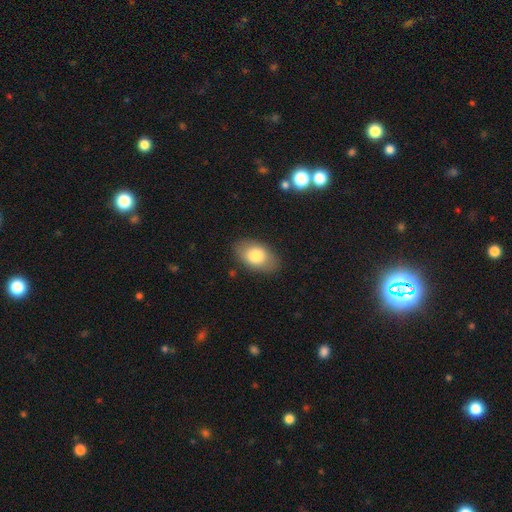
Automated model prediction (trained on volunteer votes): Smooth or featured? Predicted: smooth (p=0.79). How rounded? Predicted: in between (p=0.90). Merging? Predicted: none (p=0.85).